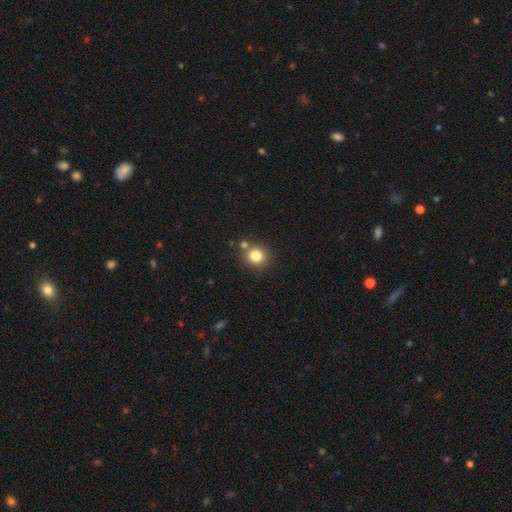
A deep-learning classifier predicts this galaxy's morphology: smooth 81%, star or artifact 12%, featured or disk 7%. Down the decision tree: how rounded — round (90%); merging — none (75%).